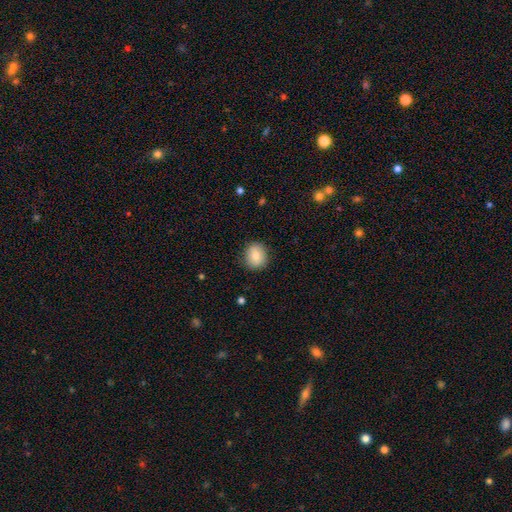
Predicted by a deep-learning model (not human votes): Smooth or featured: smooth — 81% (featured or disk — 11%)
How rounded: round — 79% (in between — 20%)
Merging: none — 87% (minor disturbance — 10%)